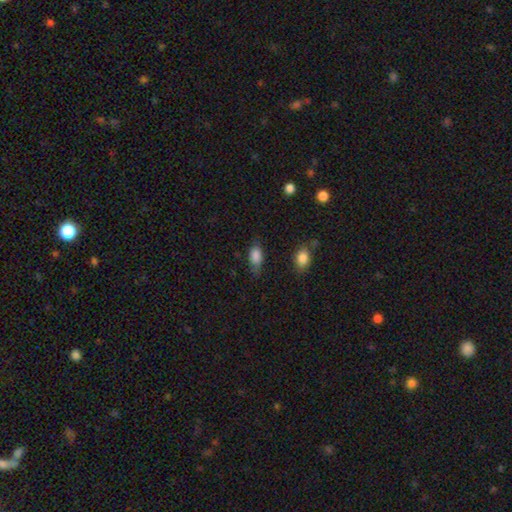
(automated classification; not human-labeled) smooth 84%, star or artifact 8%, featured or disk 8%. Down the decision tree: how rounded — in between (87%); merging — none (63%).